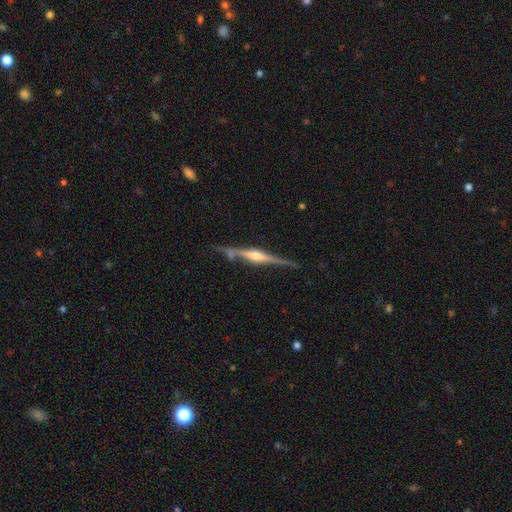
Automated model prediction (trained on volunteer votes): Overall: featured or disk (85%). Edge-on disk: yes (98%). Edge-on bulge: rounded (78%). Merging: none (79%).